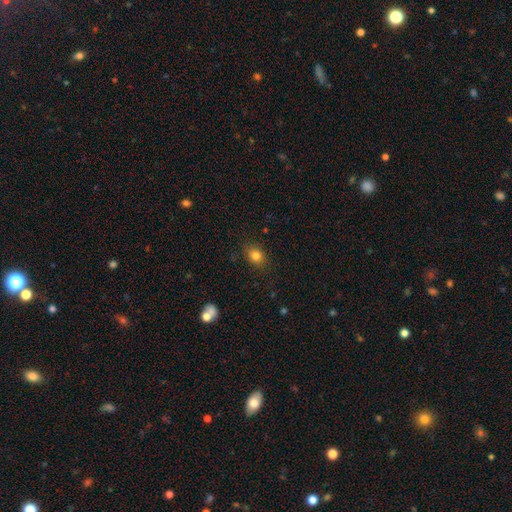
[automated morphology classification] Overall: smooth (81%). How rounded: in between (55%; round 44%). Merging: none (84%).